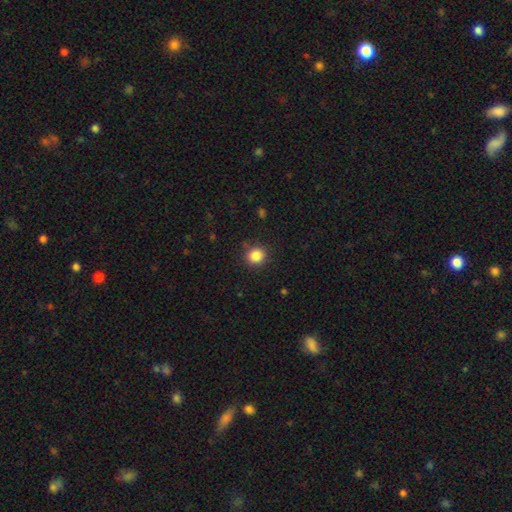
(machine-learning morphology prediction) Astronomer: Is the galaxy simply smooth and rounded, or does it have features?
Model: smooth — 85%.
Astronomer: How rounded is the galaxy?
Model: round — 88%.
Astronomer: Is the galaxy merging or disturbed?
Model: none — 88%.